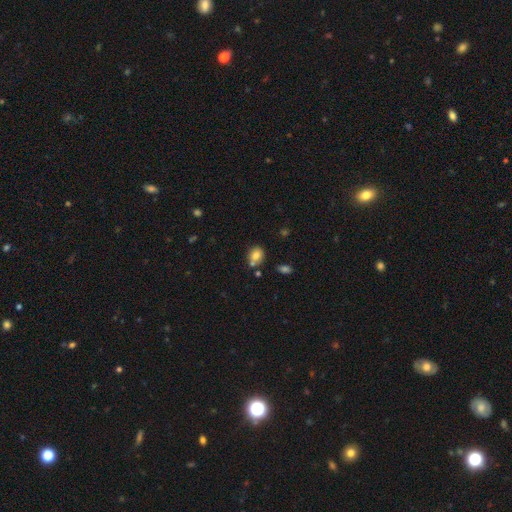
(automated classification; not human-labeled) The model was most divided on "how rounded": round: 67%, in between: 32%, cigar-shaped: 1%. More confident: smooth or featured — smooth (78%); merging — none (63%).